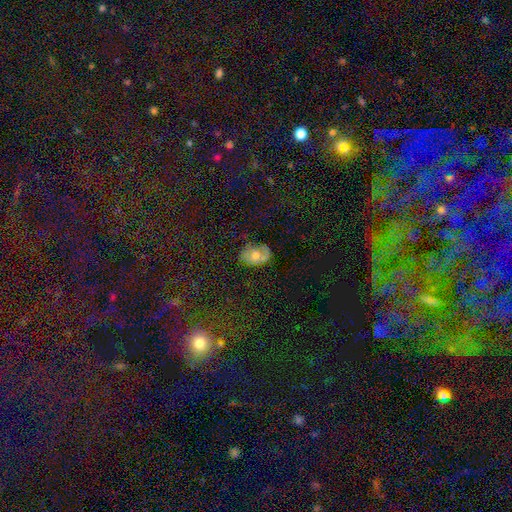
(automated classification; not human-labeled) Overall: featured or disk (42%; smooth 40%). Merging: none (60%; minor disturbance 25%).